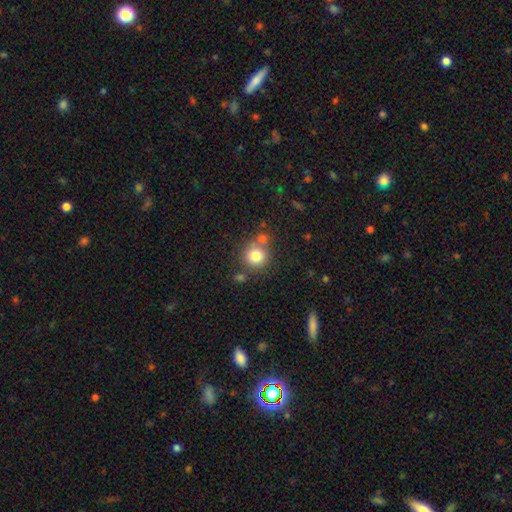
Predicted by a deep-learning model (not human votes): smooth-or-featured: smooth: 80% | star or artifact: 11% | featured or disk: 9%
  how-rounded: round: 91% | in between: 8% | cigar-shaped: 1%
  merging: none: 67% | merger: 18% | minor disturbance: 11% | major disturbance: 4%